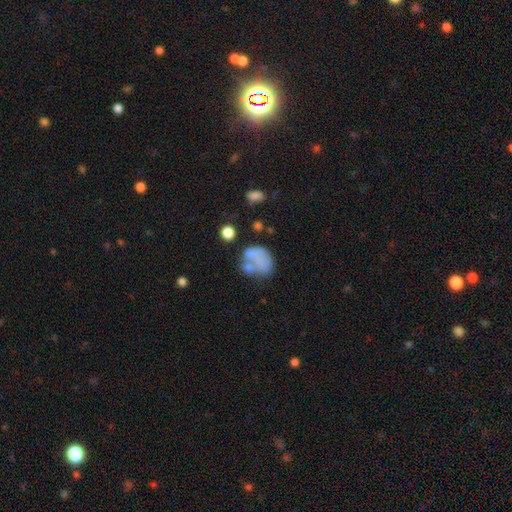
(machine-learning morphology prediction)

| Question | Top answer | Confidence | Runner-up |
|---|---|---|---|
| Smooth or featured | smooth | 59% | featured or disk (28%) |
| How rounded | in between | 56% | round (43%) |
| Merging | none | 35% | merger (22%) |